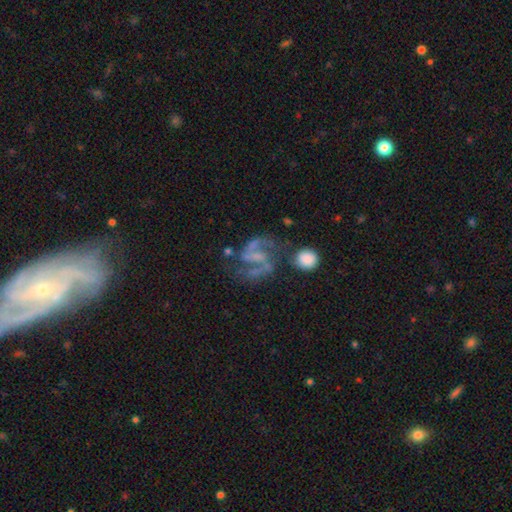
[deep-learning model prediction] featured or disk 86%, star or artifact 8%, smooth 7%. Down the decision tree: edge-on disk — no (98%); bar — weak (42%); spiral arms — yes (95%); spiral arm count — 2 (91%); spiral winding — medium (52%); bulge size — none (50%); merging — none (52%).